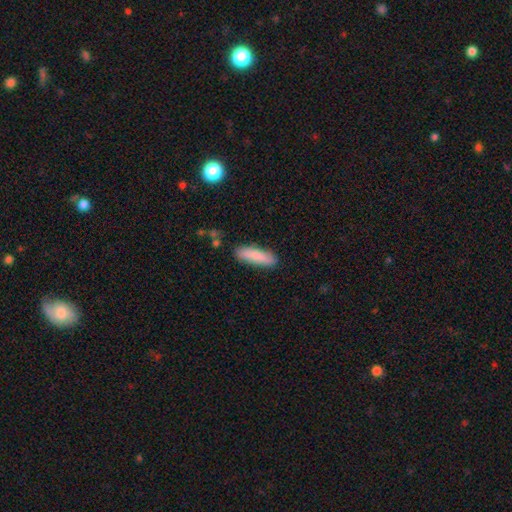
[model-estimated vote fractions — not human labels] Smooth or featured?
  - smooth: 85% *
  - featured or disk: 9%
  - star or artifact: 6%
How rounded?
  - cigar-shaped: 63% *
  - in between: 35%
  - round: 2%
Merging?
  - none: 85% *
  - minor disturbance: 11%
  - major disturbance: 2%
  - merger: 2%